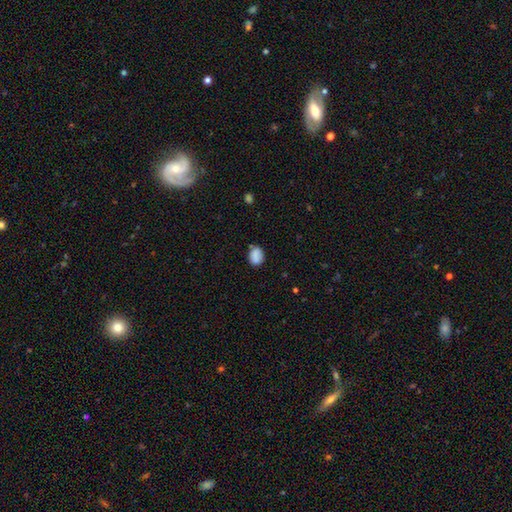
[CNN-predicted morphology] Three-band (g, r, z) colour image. It shows a smooth galaxy with no disk features (85%) that is in between round and cigar-shaped (62%). Merging: none (74%).